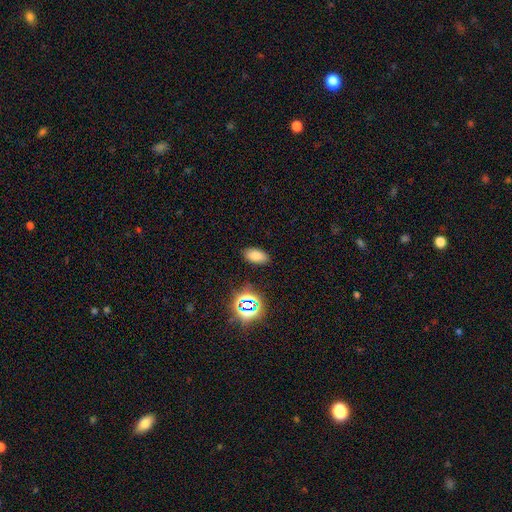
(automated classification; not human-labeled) A smooth galaxy with no disk features (75%) that is in between round and cigar-shaped (91%).

Vote fractions:
- Smooth or featured? smooth: 75% / star or artifact: 18% / featured or disk: 7%
- How rounded? in between: 91% / round: 5% / cigar-shaped: 3%
- Merging? none: 87% / minor disturbance: 9% / major disturbance: 3% / merger: 2%